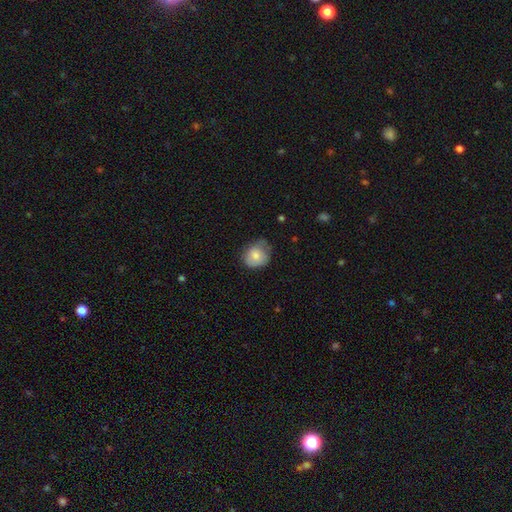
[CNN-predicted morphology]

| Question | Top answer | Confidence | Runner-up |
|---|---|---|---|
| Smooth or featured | smooth | 78% | featured or disk (14%) |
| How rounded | round | 69% | in between (30%) |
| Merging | none | 54% | minor disturbance (35%) |